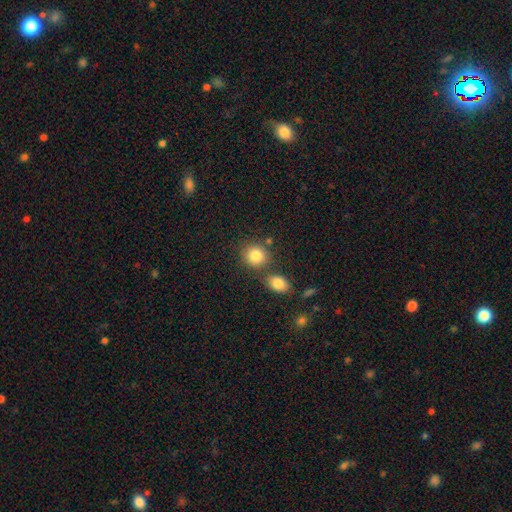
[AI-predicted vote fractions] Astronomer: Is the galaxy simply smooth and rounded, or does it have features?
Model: smooth — 83%.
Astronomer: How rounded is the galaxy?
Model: round — 78%.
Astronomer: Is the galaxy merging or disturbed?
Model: none — 67%.